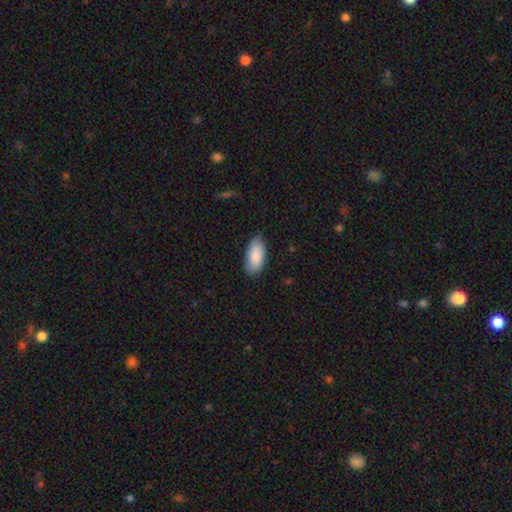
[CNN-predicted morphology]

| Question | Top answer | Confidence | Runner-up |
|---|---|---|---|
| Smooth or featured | smooth | 89% | featured or disk (6%) |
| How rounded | in between | 93% | cigar-shaped (5%) |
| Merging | none | 81% | minor disturbance (16%) |